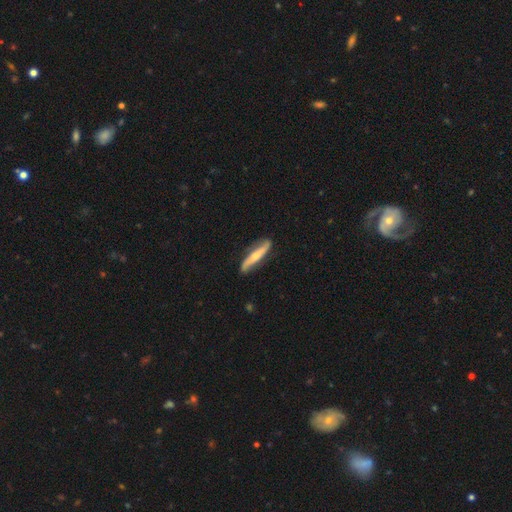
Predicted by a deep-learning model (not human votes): A featured or disk galaxy (59%) viewed edge-on (61%).

Vote fractions:
- Smooth or featured? featured or disk: 59% / smooth: 36% / star or artifact: 5%
- Edge-on disk? yes: 61% / no: 39%
- Merging? none: 80% / minor disturbance: 15% / major disturbance: 3% / merger: 2%